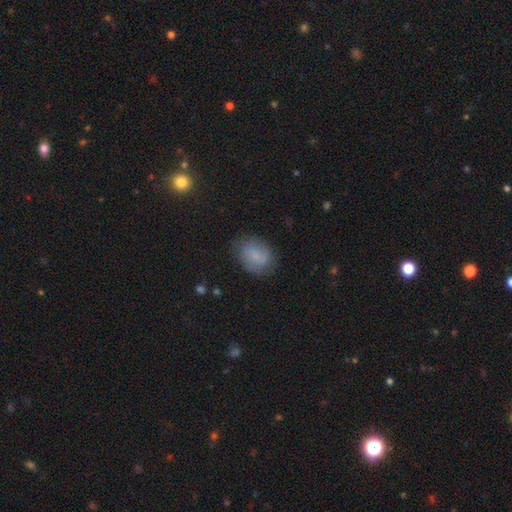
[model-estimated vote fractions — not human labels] Smooth or featured: smooth — 73% (featured or disk — 18%)
How rounded: in between — 67% (round — 31%)
Merging: none — 74% (minor disturbance — 19%)